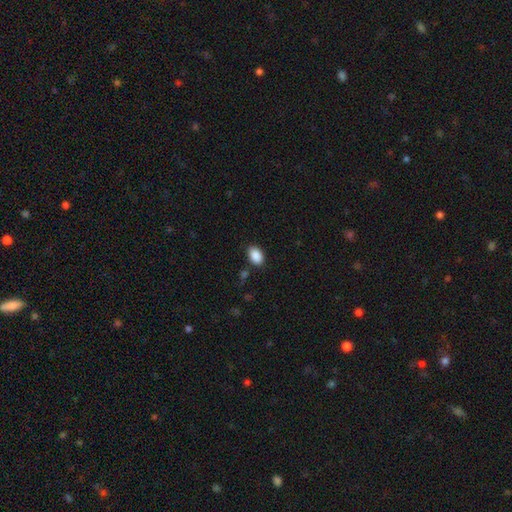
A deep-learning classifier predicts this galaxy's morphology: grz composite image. It shows a smooth galaxy with no disk features (90%) that is in between round and cigar-shaped (88%). Merging: none (85%).